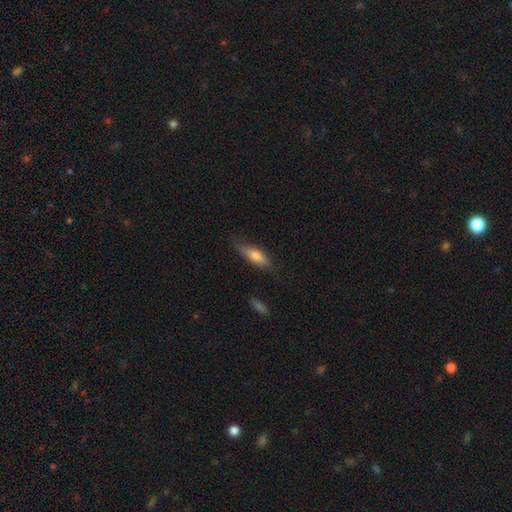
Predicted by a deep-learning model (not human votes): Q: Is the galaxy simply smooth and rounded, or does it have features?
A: smooth — 71%.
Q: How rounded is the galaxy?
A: in between — 55%.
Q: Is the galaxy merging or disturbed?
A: none — 68%.